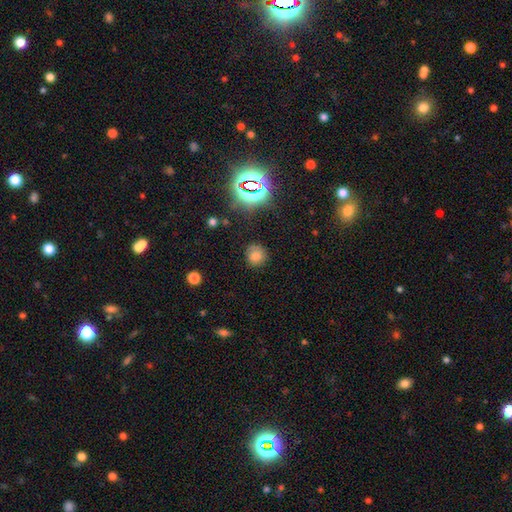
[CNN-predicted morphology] This is likely a smooth galaxy (72%). How rounded: clearly round (84%). Merging: likely none (78%).